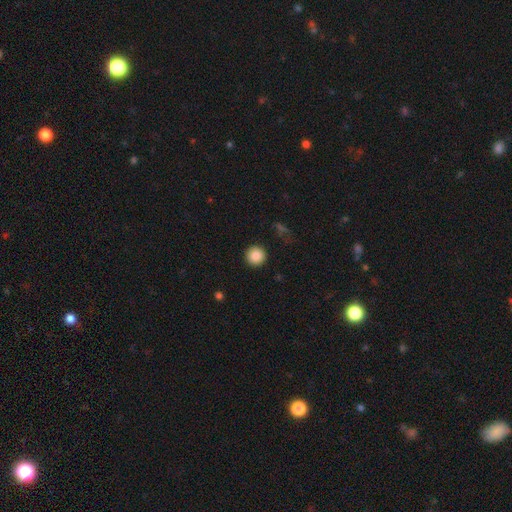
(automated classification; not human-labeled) Overall: smooth (87%). How rounded: round (96%). Merging: none (91%).